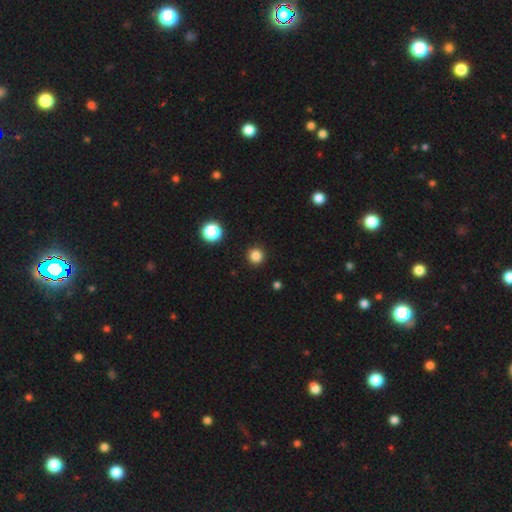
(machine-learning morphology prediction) Smooth or featured? smooth (83%)
How rounded? round (95%)
Merging? none (93%)